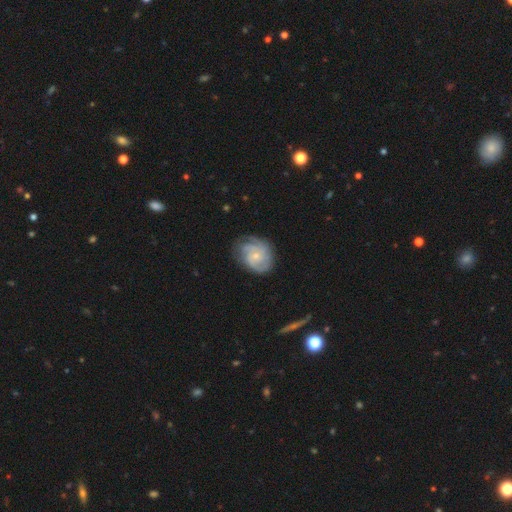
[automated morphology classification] Overall: featured or disk (77%). Edge-on disk: no (98%). Bar: no (74%). Spiral arms: yes (94%). Spiral arm count: 3 (31%; can't tell 26%). Spiral winding: tight (55%; medium 36%). Bulge size: small (72%). Merging: none (69%).